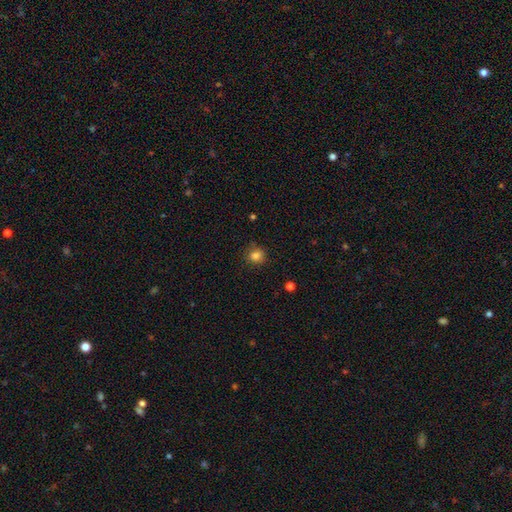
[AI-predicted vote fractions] smooth_or_featured: smooth (p=0.83) [alt: star or artifact p=0.12]
how_rounded: round (p=0.79) [alt: in between p=0.20]
merging: none (p=0.83) [alt: minor disturbance p=0.13]